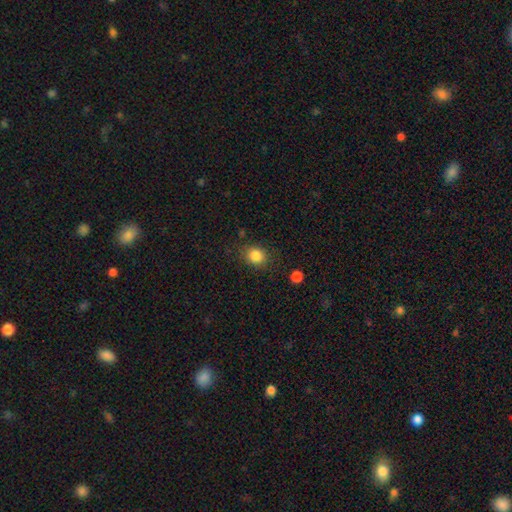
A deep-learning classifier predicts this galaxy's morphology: smooth-or-featured: smooth: 85% | star or artifact: 10% | featured or disk: 5%
  how-rounded: round: 69% | in between: 31% | cigar-shaped: 1%
  merging: none: 82% | minor disturbance: 12% | major disturbance: 4% | merger: 2%